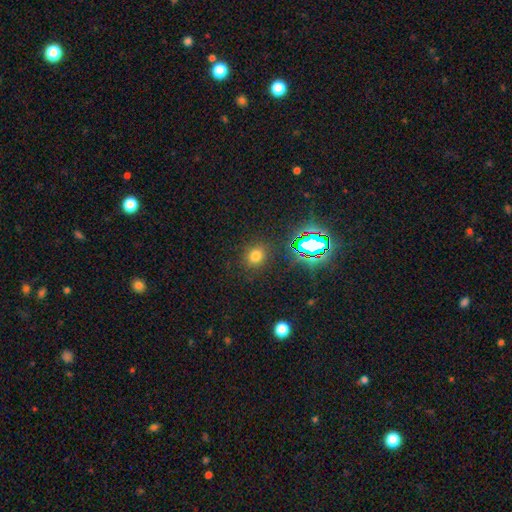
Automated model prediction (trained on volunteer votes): Morphology: type=smooth (70%); roundness=round (75%); merging=none (86%).